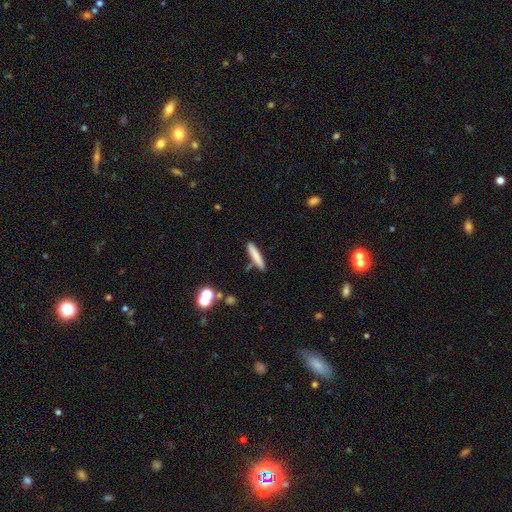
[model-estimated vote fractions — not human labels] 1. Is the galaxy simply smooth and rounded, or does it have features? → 76% smooth, 16% featured or disk, 8% star or artifact.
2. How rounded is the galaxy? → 90% cigar-shaped, 8% in between, 2% round.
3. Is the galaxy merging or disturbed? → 81% none, 12% minor disturbance, 5% merger, 3% major disturbance.